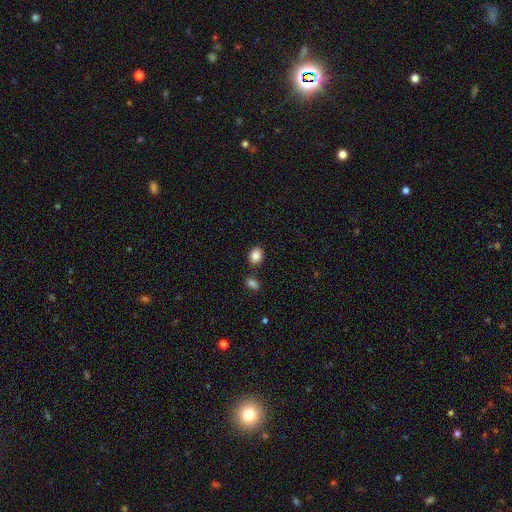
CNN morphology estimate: smooth_or_featured: smooth (p=0.87) [alt: star or artifact p=0.08]
how_rounded: in between (p=0.62) [alt: round p=0.37]
merging: none (p=0.79) [alt: minor disturbance p=0.10]